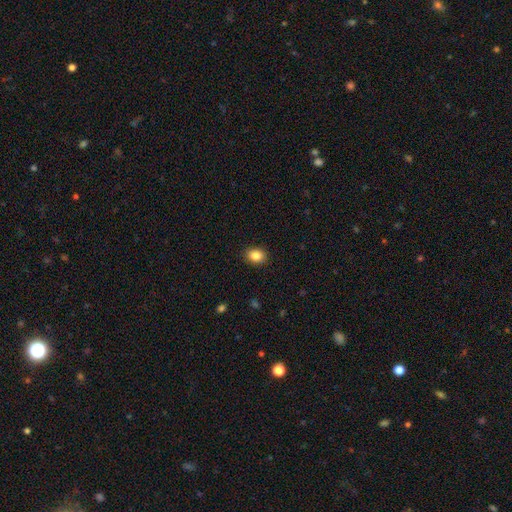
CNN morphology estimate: smooth-or-featured: smooth: 86% | star or artifact: 9% | featured or disk: 5%
  how-rounded: in between: 60% | round: 39% | cigar-shaped: 1%
  merging: none: 90% | minor disturbance: 7% | major disturbance: 2% | merger: 1%